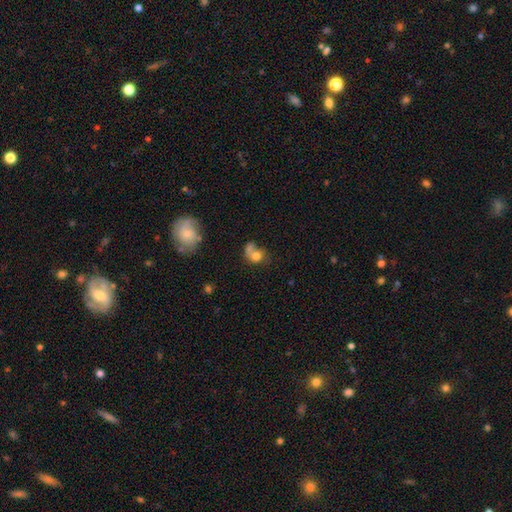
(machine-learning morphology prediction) Smooth or featured: smooth — 71% (featured or disk — 18%)
How rounded: round — 64% (in between — 35%)
Merging: merger — 41% (none — 29%)